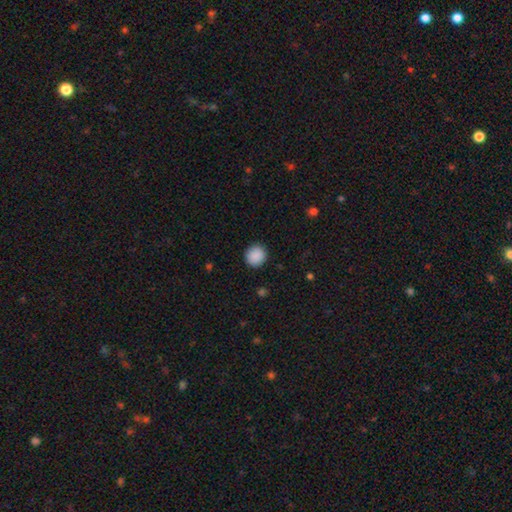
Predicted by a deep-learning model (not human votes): A smooth galaxy with no disk features (90%) that is round (89%).

Vote fractions:
- Smooth or featured? smooth: 90% / star or artifact: 8% / featured or disk: 3%
- How rounded? round: 89% / in between: 10% / cigar-shaped: 1%
- Merging? none: 91% / minor disturbance: 6% / major disturbance: 2% / merger: 1%